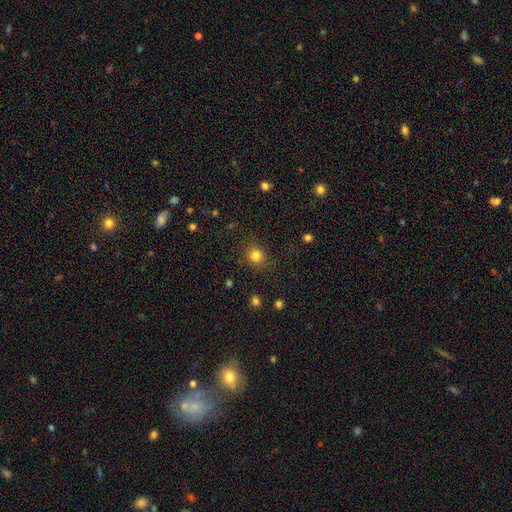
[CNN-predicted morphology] Overall: smooth (82%). How rounded: round (83%). Merging: none (86%).